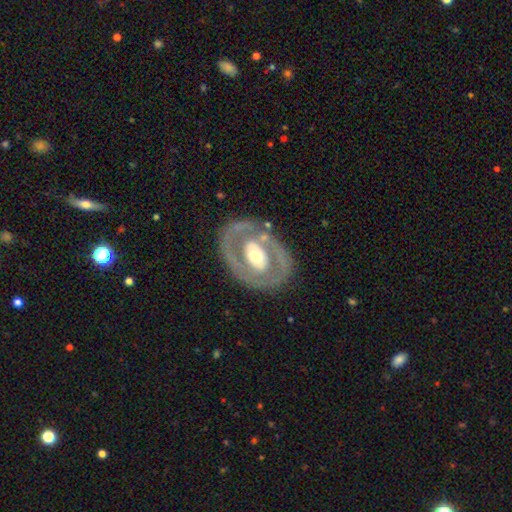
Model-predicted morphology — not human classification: A featured or disk galaxy (71%) with no bar (67%), no spiral arms (72%) and a moderate central bulge (67%). Merging: none (77%).